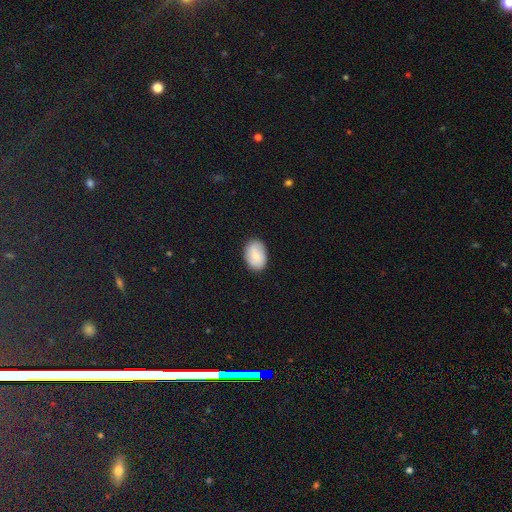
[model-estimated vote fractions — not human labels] This appears to be a smooth galaxy with no disk features (82%) that is in between round and cigar-shaped (83%). Merging: none (85%).